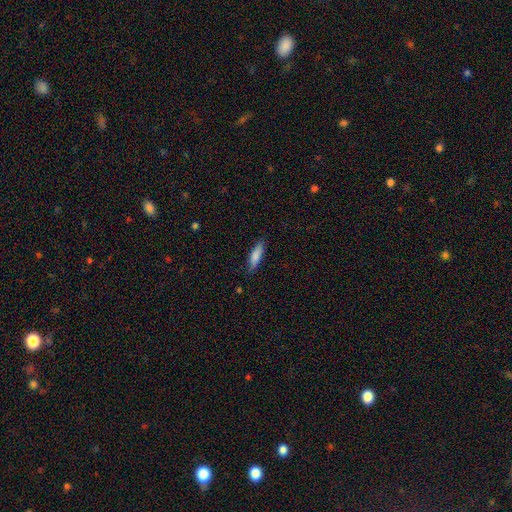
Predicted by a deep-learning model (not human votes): Smooth or featured?
  - smooth: 82% *
  - featured or disk: 12%
  - star or artifact: 6%
How rounded?
  - cigar-shaped: 60% *
  - in between: 38%
  - round: 2%
Merging?
  - none: 83% *
  - minor disturbance: 14%
  - major disturbance: 2%
  - merger: 1%